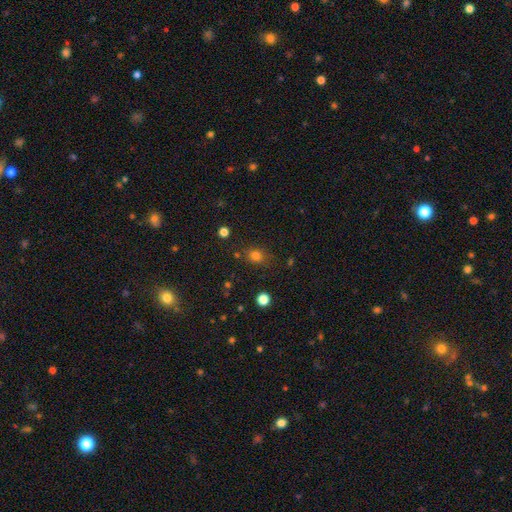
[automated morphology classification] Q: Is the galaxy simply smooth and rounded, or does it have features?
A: smooth — 79%.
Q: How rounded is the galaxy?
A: round — 56%.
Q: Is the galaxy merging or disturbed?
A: none — 75%.